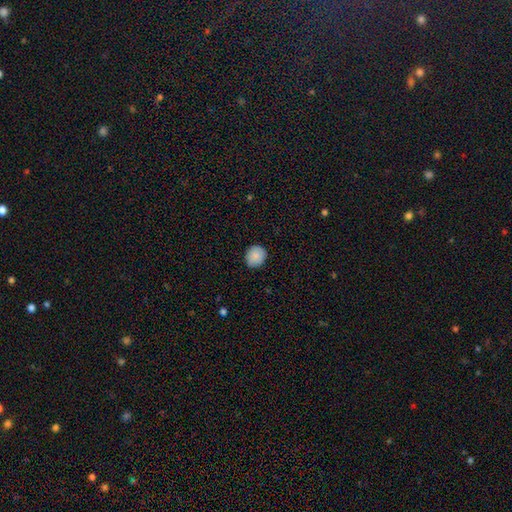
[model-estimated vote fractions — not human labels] Overall: smooth (88%). How rounded: round (80%). Merging: none (86%).